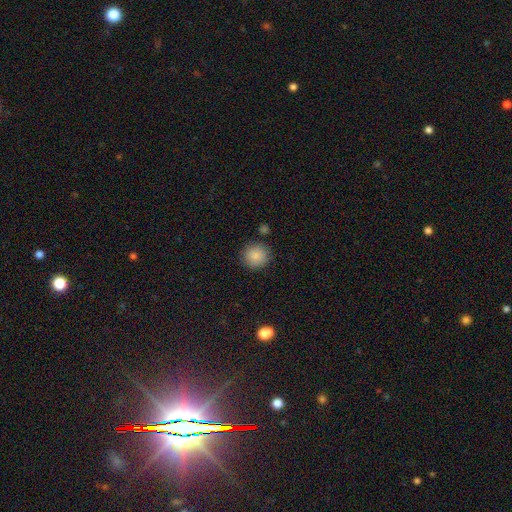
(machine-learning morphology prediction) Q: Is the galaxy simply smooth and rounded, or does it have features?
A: smooth — 88%.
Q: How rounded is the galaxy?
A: round — 92%.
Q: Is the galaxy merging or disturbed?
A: none — 87%.